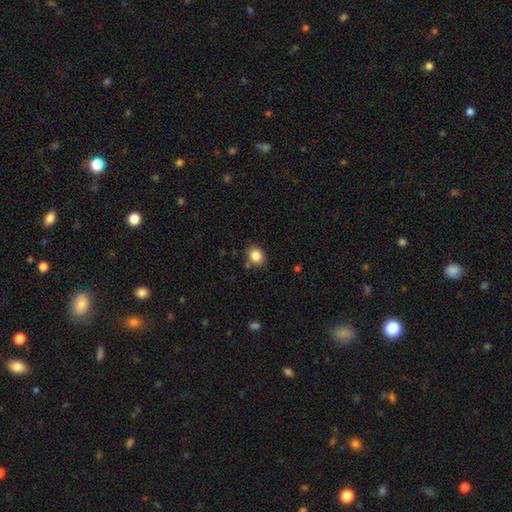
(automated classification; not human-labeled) This is clearly a smooth galaxy (85%). How rounded: likely round (71%). Merging: likely none (79%).